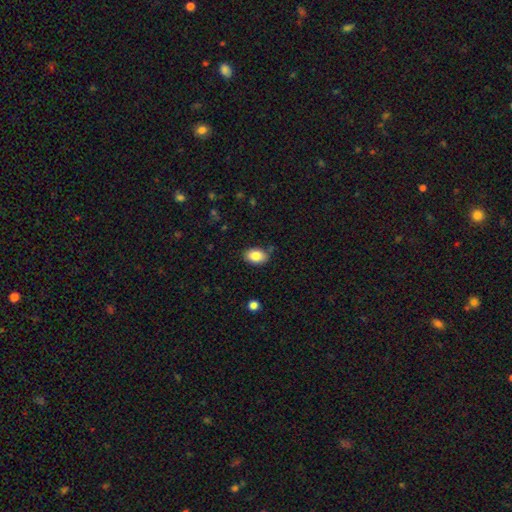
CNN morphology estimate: Smooth or featured?
  - smooth: 86% *
  - star or artifact: 8%
  - featured or disk: 7%
How rounded?
  - in between: 84% *
  - round: 14%
  - cigar-shaped: 1%
Merging?
  - none: 80% *
  - minor disturbance: 15%
  - major disturbance: 3%
  - merger: 2%